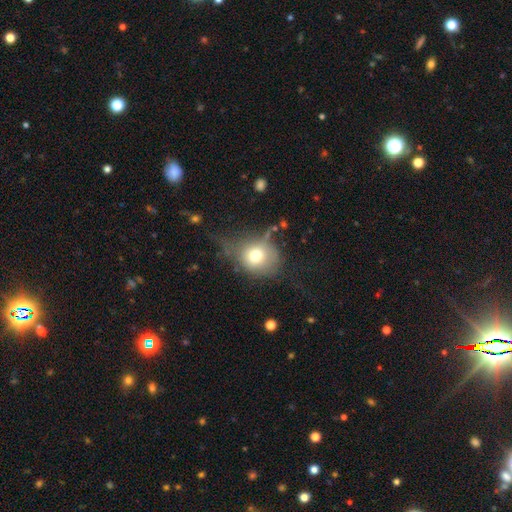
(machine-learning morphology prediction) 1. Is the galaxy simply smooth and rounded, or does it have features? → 71% smooth, 18% featured or disk, 12% star or artifact.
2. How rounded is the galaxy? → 73% round, 26% in between, 1% cigar-shaped.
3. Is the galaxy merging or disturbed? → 43% none, 28% minor disturbance, 24% major disturbance, 5% merger.